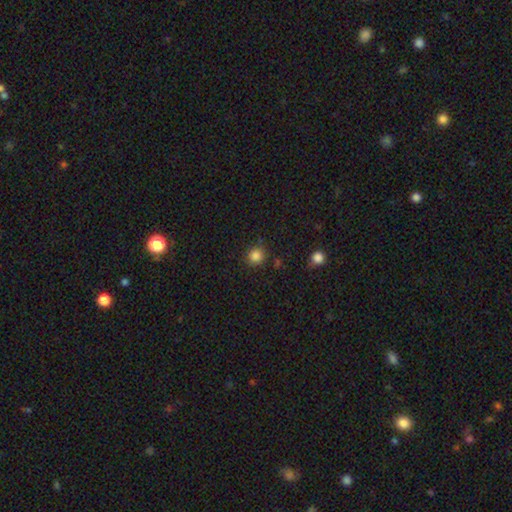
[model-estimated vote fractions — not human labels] Smooth or featured: smooth — 85% (star or artifact — 12%)
How rounded: round — 90% (in between — 9%)
Merging: none — 86% (minor disturbance — 9%)